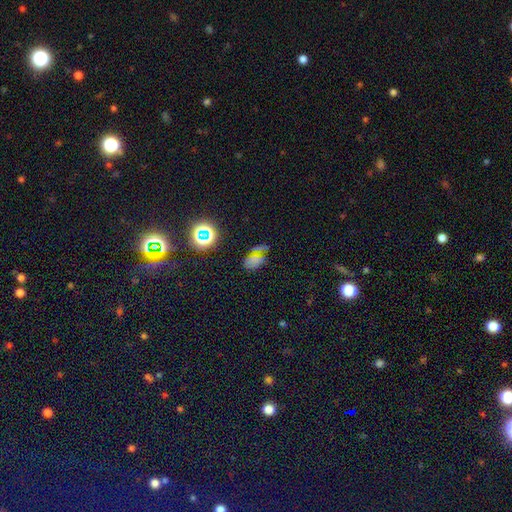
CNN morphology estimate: A smooth galaxy with no disk features (45%). Merging: none (56%).